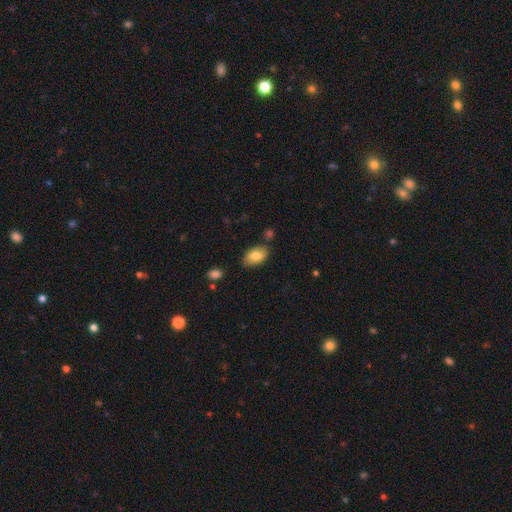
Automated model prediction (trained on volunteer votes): A smooth galaxy with no disk features (81%) that is in between round and cigar-shaped (93%).

Vote fractions:
- Smooth or featured? smooth: 81% / featured or disk: 12% / star or artifact: 7%
- How rounded? in between: 93% / round: 5% / cigar-shaped: 2%
- Merging? none: 77% / minor disturbance: 15% / merger: 5% / major disturbance: 3%